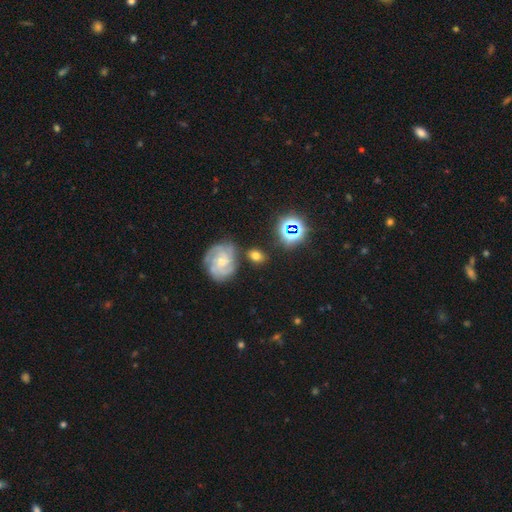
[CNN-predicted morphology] This is marginally a smooth galaxy (43%). Merging: likely none (70%).